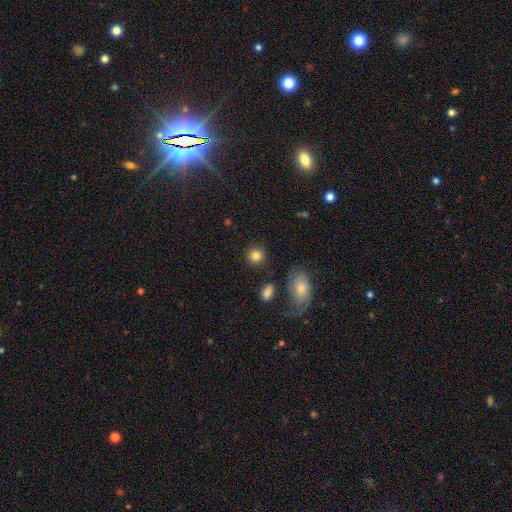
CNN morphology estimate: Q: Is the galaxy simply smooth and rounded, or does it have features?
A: smooth — 84%.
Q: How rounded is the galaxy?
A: round — 89%.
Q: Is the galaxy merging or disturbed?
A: none — 86%.